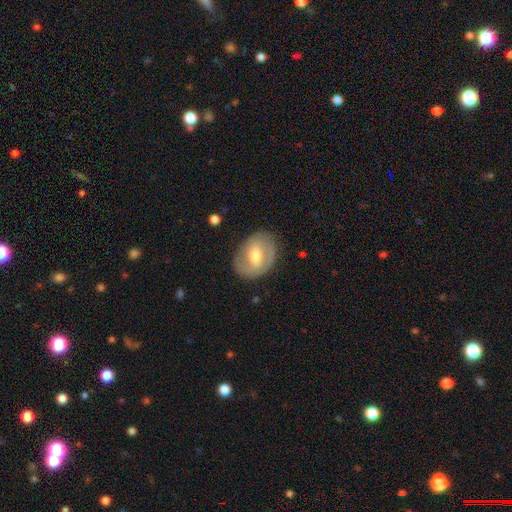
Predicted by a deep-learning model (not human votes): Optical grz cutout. It shows a featured or disk galaxy (50%). Merging: none (79%).